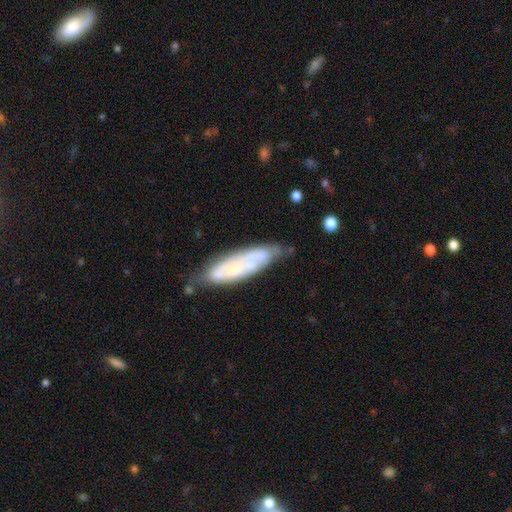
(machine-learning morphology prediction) featured or disk 47%, smooth 46%, star or artifact 7%. Down the decision tree: merging — none (56%).